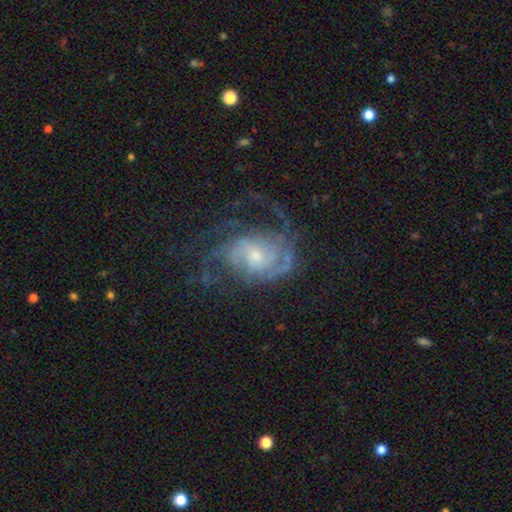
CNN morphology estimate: Overall: featured or disk (85%). Edge-on disk: no (97%). Bar: no (61%; weak 33%). Spiral arms: yes (94%). Spiral arm count: can't tell (30%, tied with 2). Spiral winding: tight (44%; medium 40%). Bulge size: small (54%; moderate 38%). Merging: none (58%; major disturbance 22%).